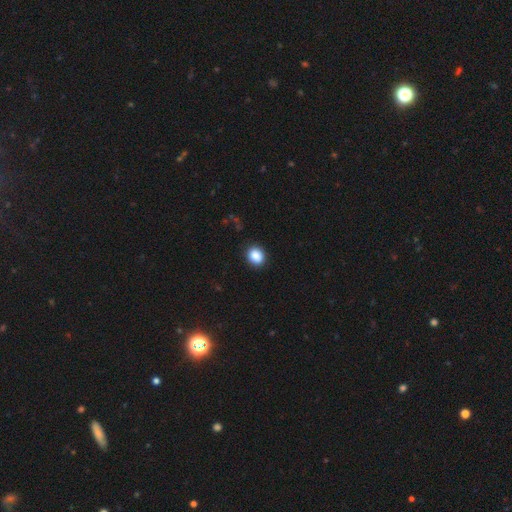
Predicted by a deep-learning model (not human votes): Smooth or featured?
  - smooth: 88% *
  - star or artifact: 8%
  - featured or disk: 3%
How rounded?
  - round: 62% *
  - in between: 37%
  - cigar-shaped: 1%
Merging?
  - none: 88% *
  - minor disturbance: 9%
  - major disturbance: 2%
  - merger: 1%